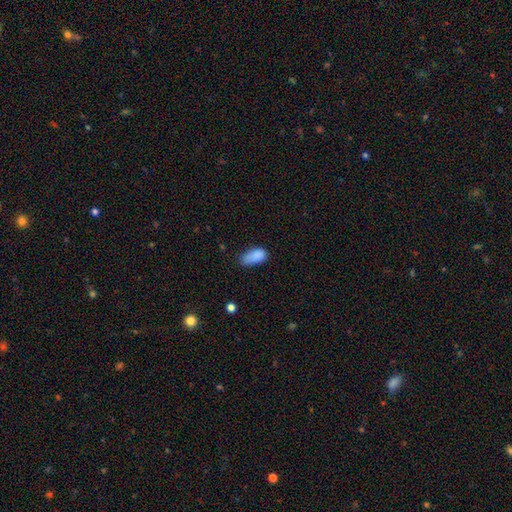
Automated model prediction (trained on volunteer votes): A smooth galaxy with no disk features (86%) that is in between round and cigar-shaped (92%).

Vote fractions:
- Smooth or featured? smooth: 86% / star or artifact: 9% / featured or disk: 6%
- How rounded? in between: 92% / cigar-shaped: 4% / round: 4%
- Merging? none: 44% / minor disturbance: 42% / major disturbance: 11% / merger: 3%